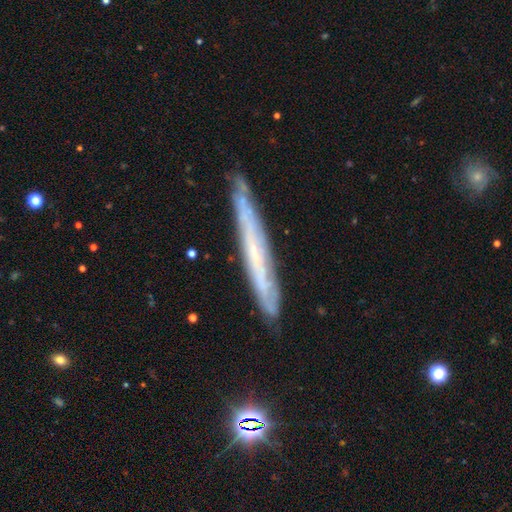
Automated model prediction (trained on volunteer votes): A featured or disk galaxy (62%) viewed edge-on (85%) with no central bulge (83%).

Vote fractions:
- Smooth or featured? featured or disk: 62% / smooth: 29% / star or artifact: 9%
- Edge-on disk? yes: 85% / no: 15%
- Edge-on bulge? none: 83% / rounded: 13% / boxy: 4%
- Merging? none: 84% / minor disturbance: 12% / major disturbance: 2% / merger: 2%